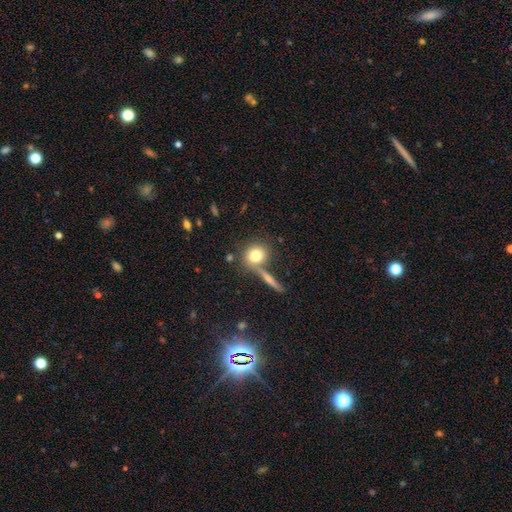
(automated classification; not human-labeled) smooth 76%, featured or disk 15%, star or artifact 9%. Down the decision tree: how rounded — round (82%); merging — none (63%).